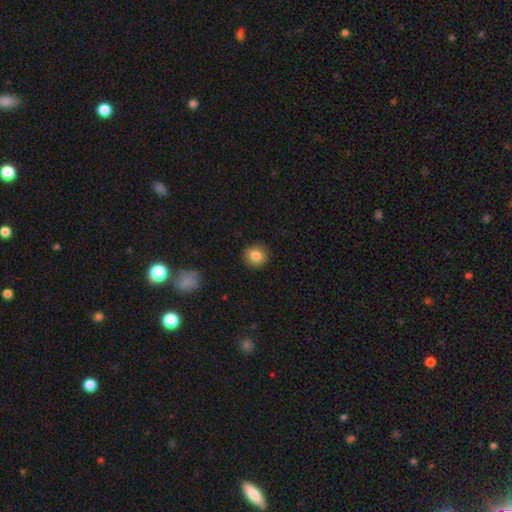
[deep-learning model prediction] Smooth or featured?
  - smooth: 84% *
  - star or artifact: 9%
  - featured or disk: 7%
How rounded?
  - round: 86% *
  - in between: 13%
  - cigar-shaped: 1%
Merging?
  - none: 90% *
  - minor disturbance: 7%
  - major disturbance: 2%
  - merger: 1%